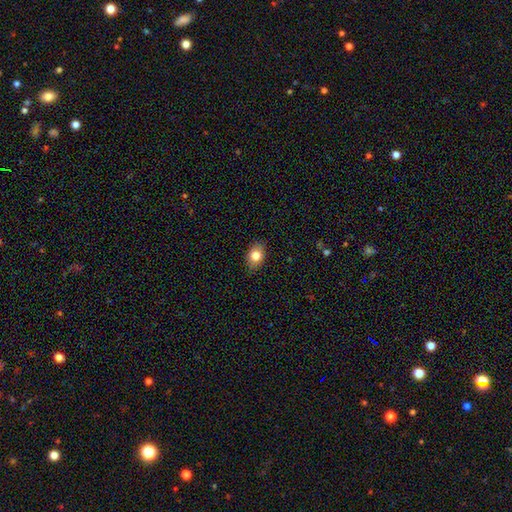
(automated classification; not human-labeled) A smooth galaxy with no disk features (81%) that is in between round and cigar-shaped (70%). Merging: none (85%).